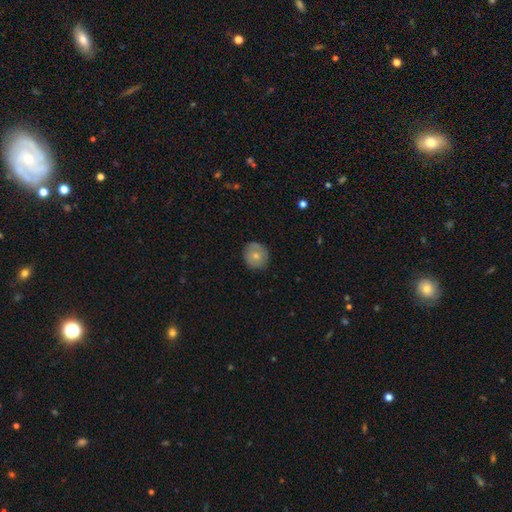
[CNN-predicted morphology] A smooth galaxy with no disk features (72%) that is round (86%). Merging: none (83%).